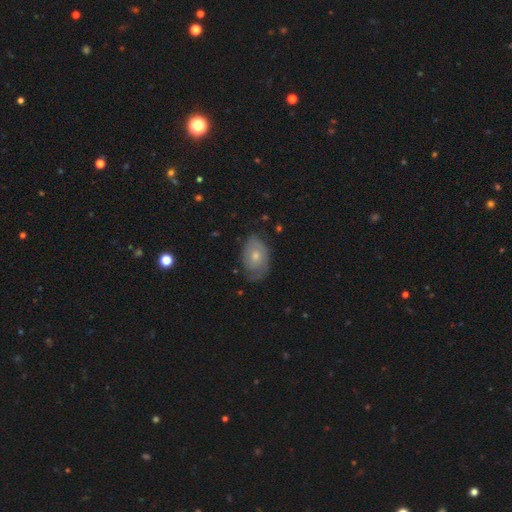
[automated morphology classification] featured or disk 56%, smooth 37%, star or artifact 7%. Down the decision tree: edge-on disk — no (95%); bar — no (80%); spiral arms — yes (77%); bulge size — moderate (52%); merging — none (65%).